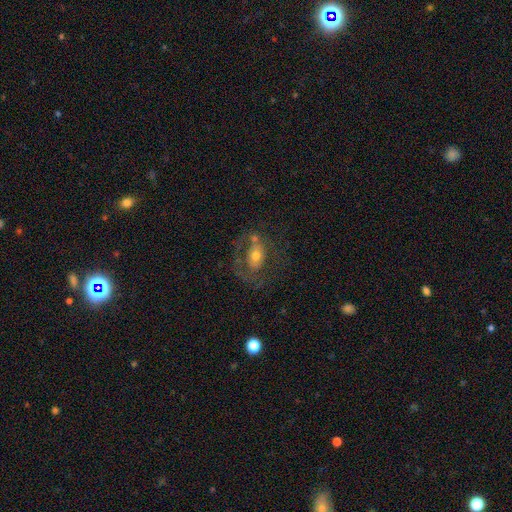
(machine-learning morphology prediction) smooth-or-featured: featured or disk: 50% | smooth: 41% | star or artifact: 9%
  disk-edge-on: no: 93% | yes: 7%
  merging: none: 50% | major disturbance: 22% | minor disturbance: 20% | merger: 8%